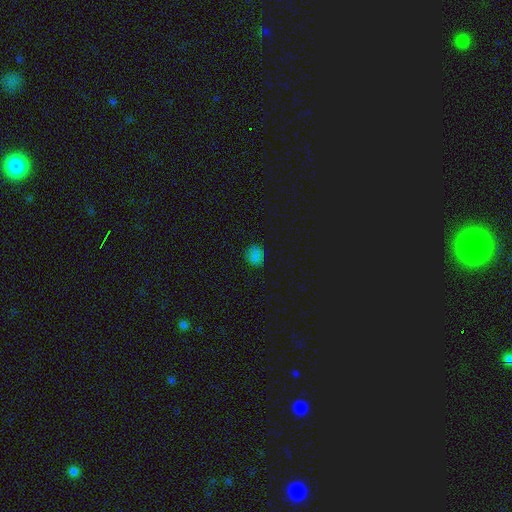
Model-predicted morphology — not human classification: This is likely a smooth galaxy (79%). How rounded: likely round (63%). Merging: clearly none (82%).